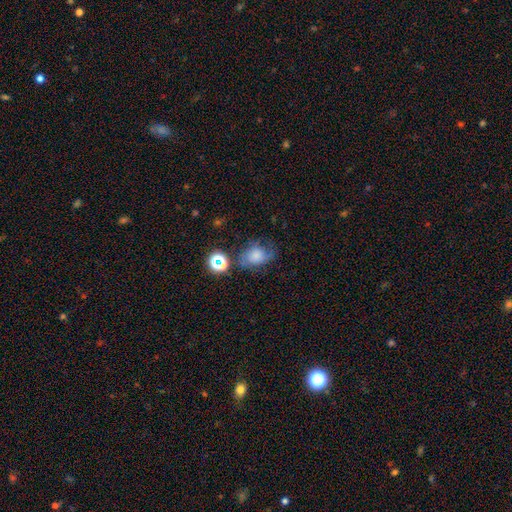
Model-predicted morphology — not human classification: type=smooth (64%); roundness=in between (62%); merging=none (51%).